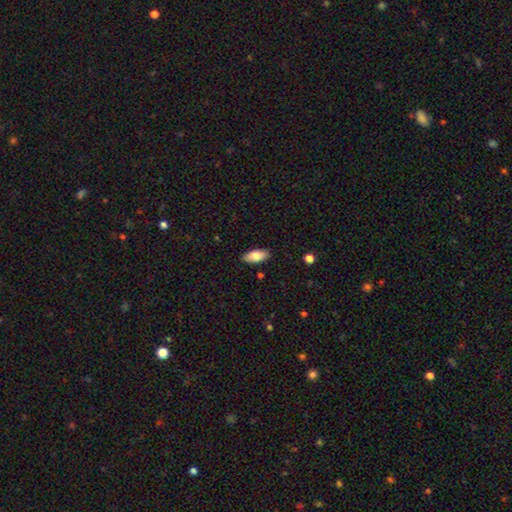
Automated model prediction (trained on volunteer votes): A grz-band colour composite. It shows a smooth galaxy with no disk features (80%) that is in between round and cigar-shaped (88%). Merging: none (88%).